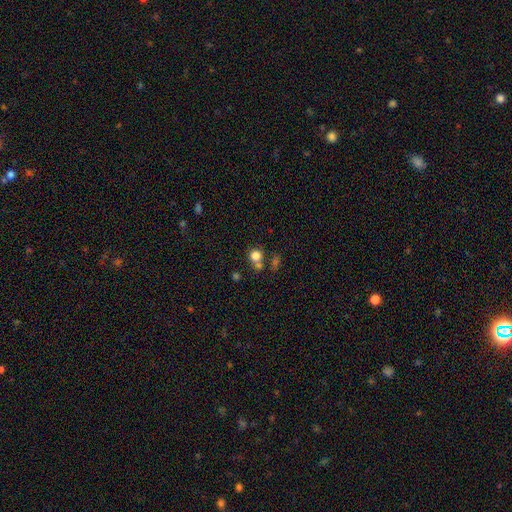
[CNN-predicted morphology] A smooth galaxy with no disk features (78%) that is round (85%). Merging: none (53%).